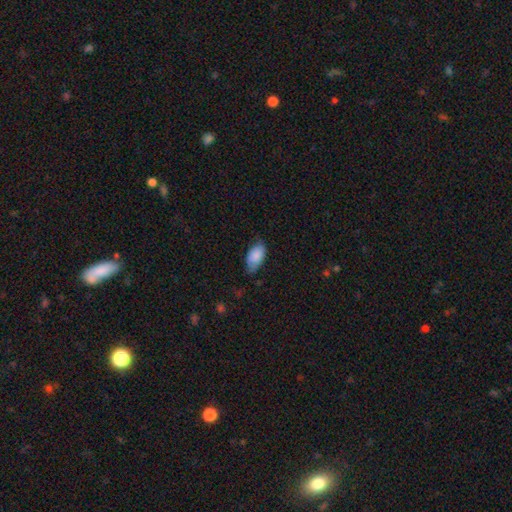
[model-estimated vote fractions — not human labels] This is clearly a smooth galaxy (86%). How rounded: clearly in between (94%). Merging: likely none (62%).